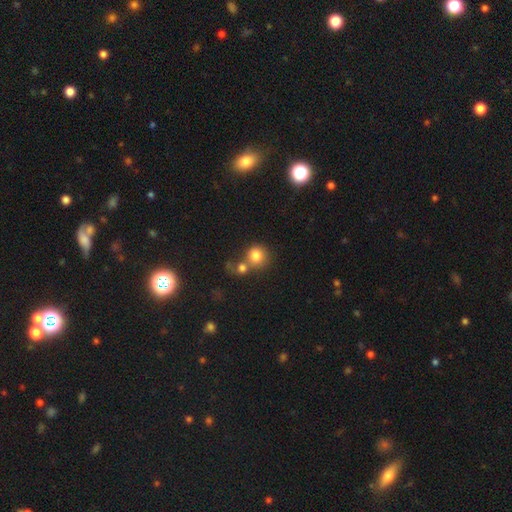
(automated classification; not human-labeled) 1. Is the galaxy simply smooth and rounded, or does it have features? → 80% smooth, 11% star or artifact, 9% featured or disk.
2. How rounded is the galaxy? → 87% round, 12% in between, 1% cigar-shaped.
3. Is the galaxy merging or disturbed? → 46% none, 42% merger, 8% minor disturbance, 4% major disturbance.